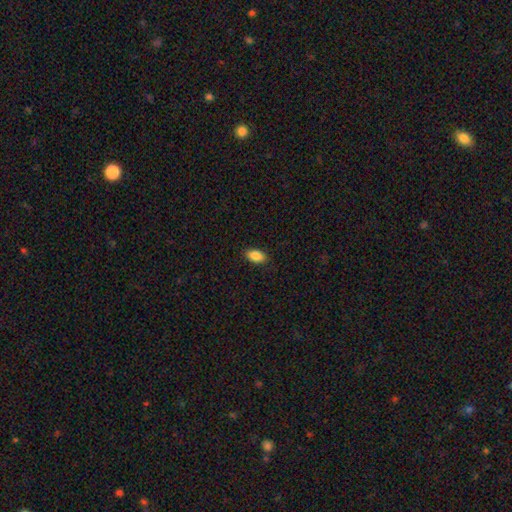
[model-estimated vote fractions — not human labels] This is clearly a smooth galaxy (87%). How rounded: clearly in between (92%). Merging: clearly none (89%).